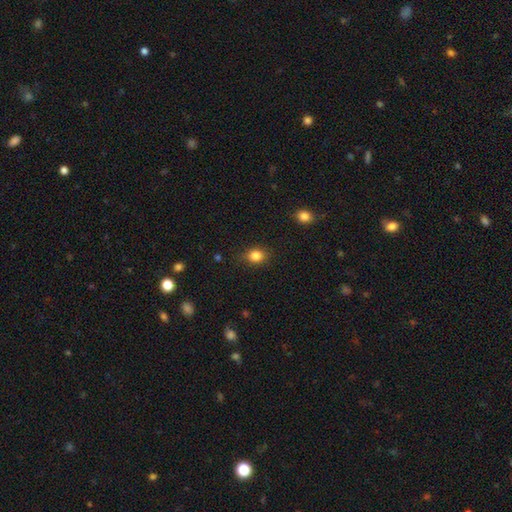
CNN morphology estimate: This is clearly a smooth galaxy (84%). How rounded: possibly round (59%). Merging: clearly none (83%).